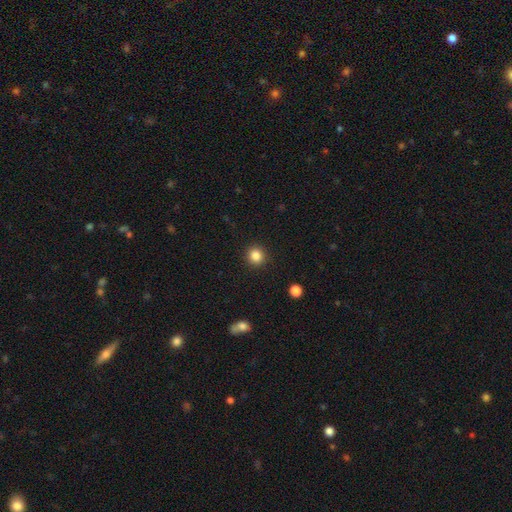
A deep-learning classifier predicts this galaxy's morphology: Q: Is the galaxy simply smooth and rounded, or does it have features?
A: smooth — 85%.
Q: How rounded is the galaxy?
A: round — 91%.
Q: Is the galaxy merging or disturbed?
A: none — 92%.